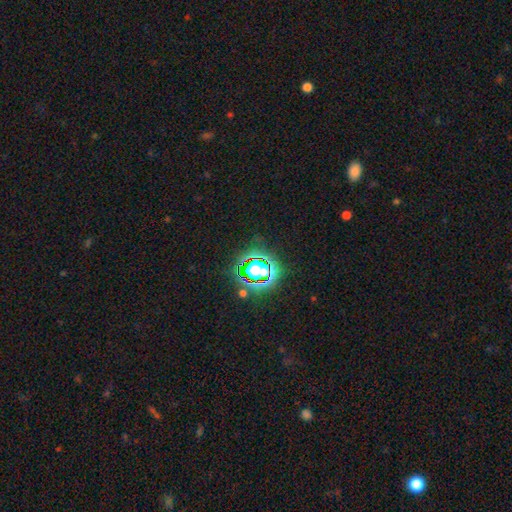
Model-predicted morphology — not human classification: type=star or artifact (81%).